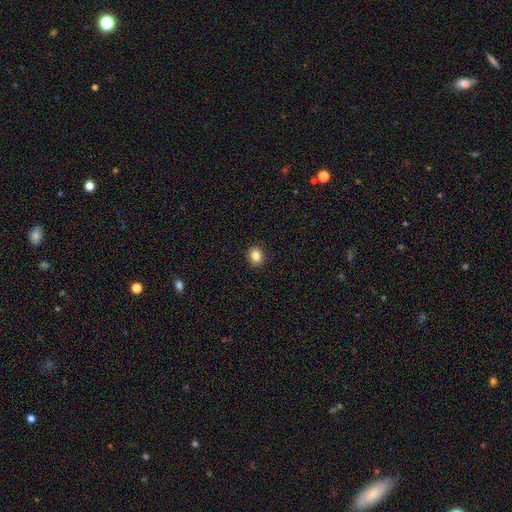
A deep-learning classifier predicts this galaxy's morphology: This is clearly a smooth galaxy (85%). How rounded: possibly round (51%). Merging: clearly none (91%).